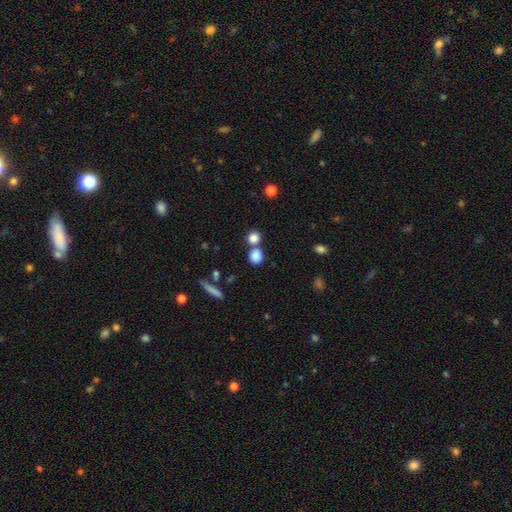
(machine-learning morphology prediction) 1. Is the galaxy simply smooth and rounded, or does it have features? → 84% smooth, 10% star or artifact, 6% featured or disk.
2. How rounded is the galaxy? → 78% round, 20% in between, 2% cigar-shaped.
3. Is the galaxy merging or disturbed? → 59% none, 29% merger, 9% minor disturbance, 3% major disturbance.